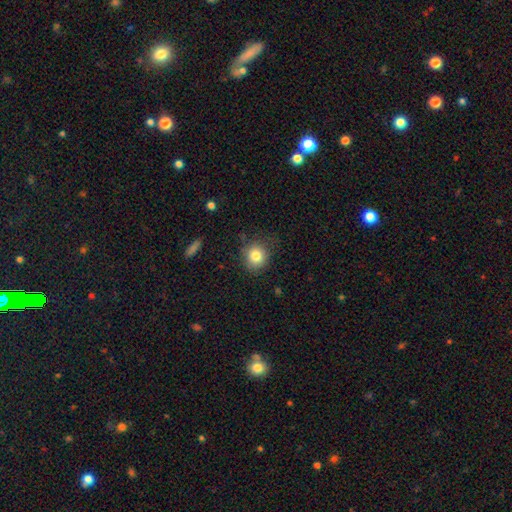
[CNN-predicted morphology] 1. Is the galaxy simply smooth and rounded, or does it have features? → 82% smooth, 10% star or artifact, 8% featured or disk.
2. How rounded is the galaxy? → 84% round, 15% in between, 1% cigar-shaped.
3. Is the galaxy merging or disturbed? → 79% none, 16% minor disturbance, 4% major disturbance, 1% merger.